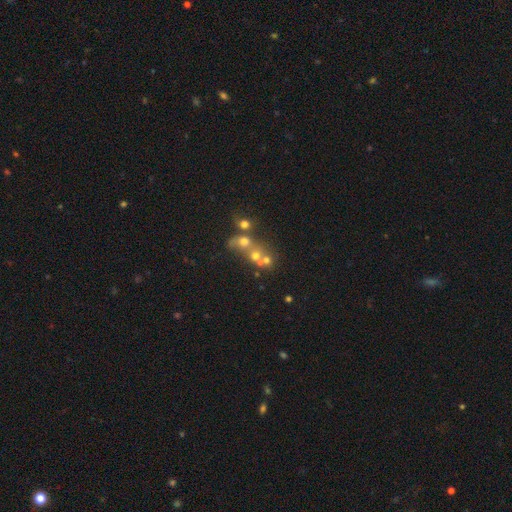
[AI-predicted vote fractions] smooth_or_featured: smooth (p=0.40) [alt: featured or disk p=0.30]
merging: merger (p=0.55) [alt: none p=0.30]